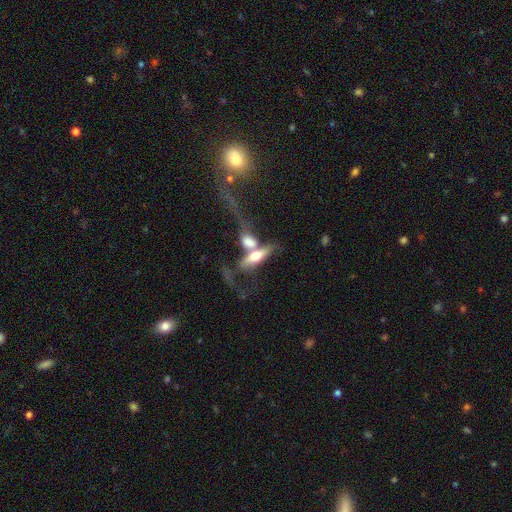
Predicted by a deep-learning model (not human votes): Smooth or featured? featured or disk (49%)
Merging? merger (67%)